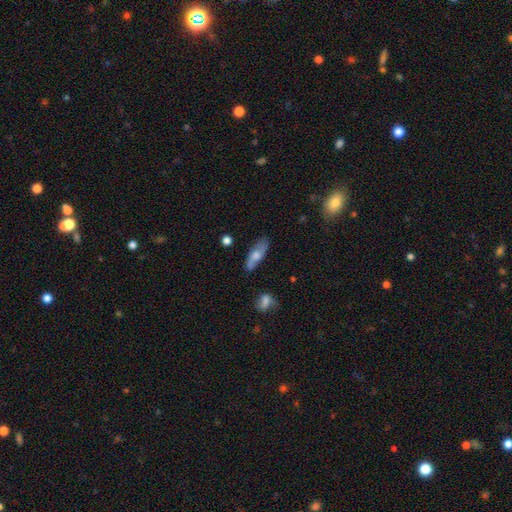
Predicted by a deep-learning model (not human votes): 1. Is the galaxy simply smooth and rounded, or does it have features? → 55% smooth, 38% featured or disk, 7% star or artifact.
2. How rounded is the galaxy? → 62% in between, 35% cigar-shaped, 3% round.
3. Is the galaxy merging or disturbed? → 69% none, 22% minor disturbance, 6% major disturbance, 4% merger.